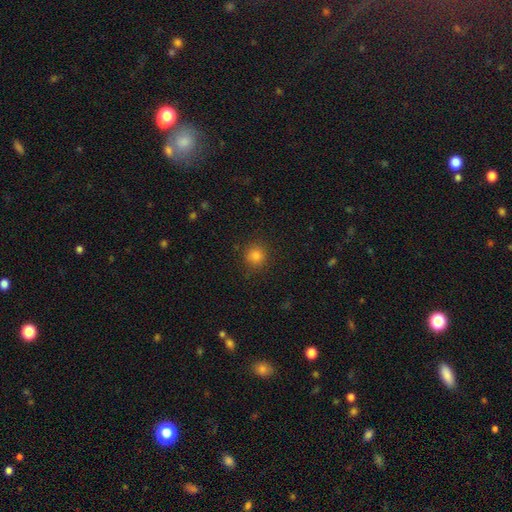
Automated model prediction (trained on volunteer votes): smooth_or_featured: smooth (p=0.81) [alt: star or artifact p=0.14]
how_rounded: round (p=0.91) [alt: in between p=0.08]
merging: none (p=0.87) [alt: minor disturbance p=0.09]